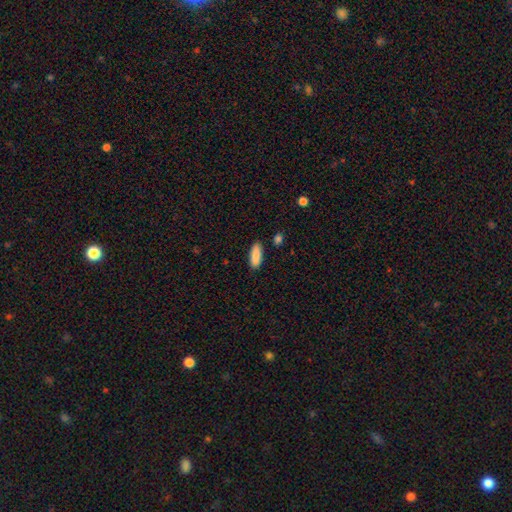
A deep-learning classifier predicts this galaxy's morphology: Smooth or featured? Predicted: smooth (p=0.89). How rounded? Predicted: in between (p=0.63). Merging? Predicted: none (p=0.87).